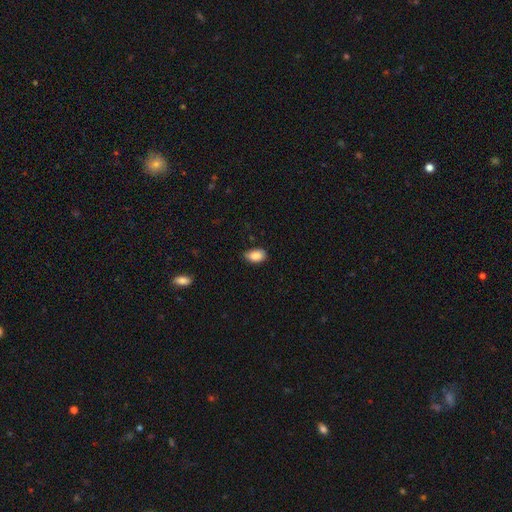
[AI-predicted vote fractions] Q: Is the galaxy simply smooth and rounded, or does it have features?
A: smooth — 87%.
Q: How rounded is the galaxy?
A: in between — 91%.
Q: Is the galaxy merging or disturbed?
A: none — 72%.